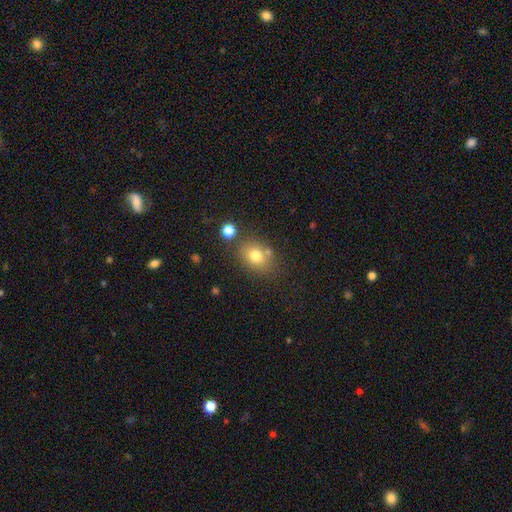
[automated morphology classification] A smooth galaxy with no disk features (76%) that is in between round and cigar-shaped (56%). Merging: none (70%).